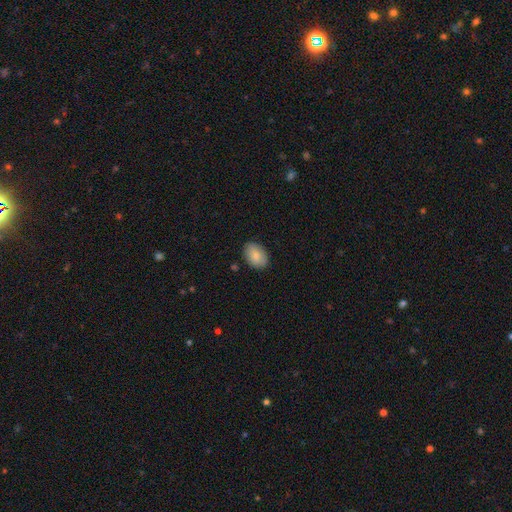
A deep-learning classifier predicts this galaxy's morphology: Q: Smooth or featured?
A: smooth (84%); runner-up: featured or disk (9%)
Q: How rounded?
A: in between (84%); runner-up: round (15%)
Q: Merging?
A: none (83%); runner-up: minor disturbance (13%)